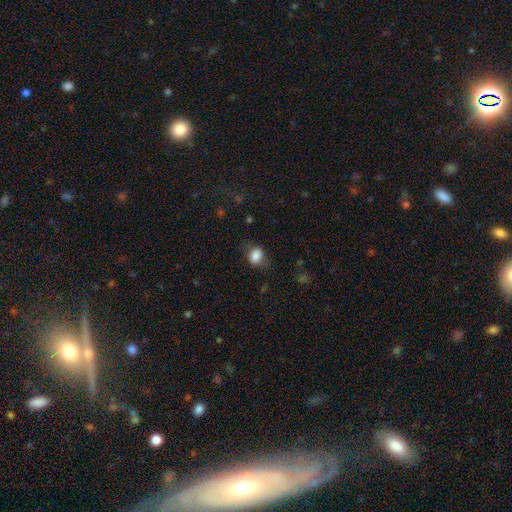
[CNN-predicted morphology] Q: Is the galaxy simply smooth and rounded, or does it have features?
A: smooth — 84%.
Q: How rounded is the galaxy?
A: in between — 51%.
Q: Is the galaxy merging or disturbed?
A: none — 69%.